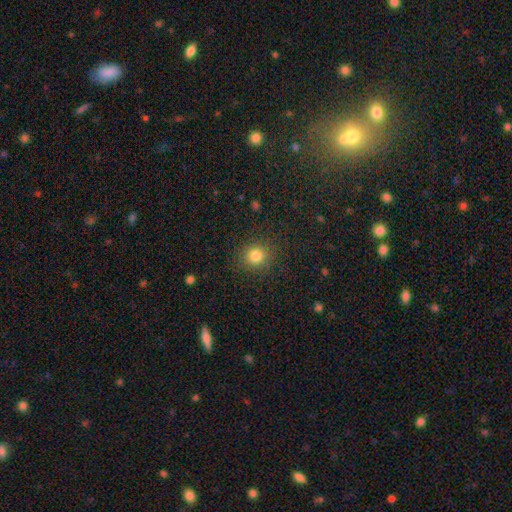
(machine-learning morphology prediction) This is clearly a smooth galaxy (82%). How rounded: clearly round (83%). Merging: clearly none (88%).